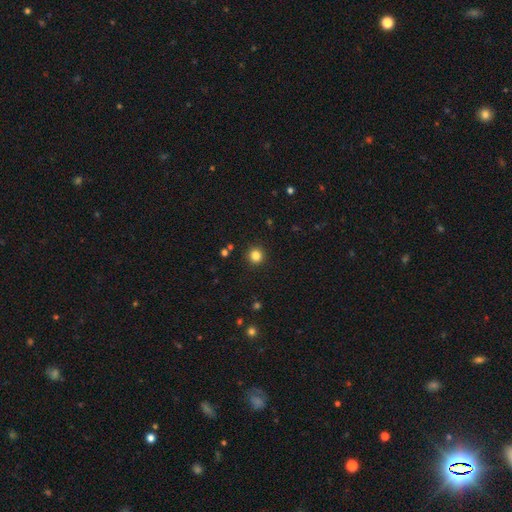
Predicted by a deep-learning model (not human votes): Smooth or featured?
  - smooth: 83% *
  - star or artifact: 13%
  - featured or disk: 4%
How rounded?
  - round: 94% *
  - in between: 5%
  - cigar-shaped: 1%
Merging?
  - none: 92% *
  - minor disturbance: 5%
  - major disturbance: 2%
  - merger: 1%